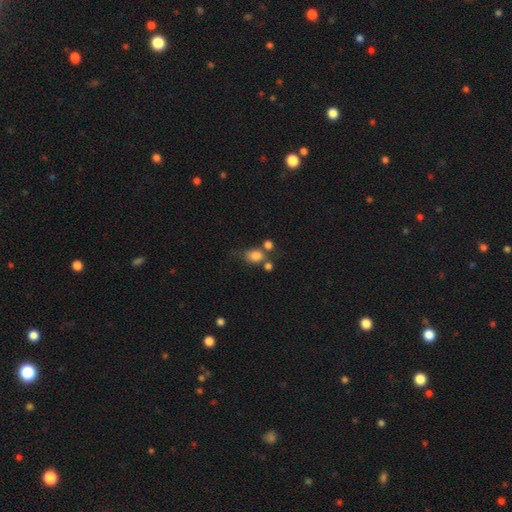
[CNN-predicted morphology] smooth_or_featured: smooth (p=0.80) [alt: star or artifact p=0.11]
how_rounded: round (p=0.50) [alt: in between p=0.48]
merging: none (p=0.47) [alt: merger p=0.25]